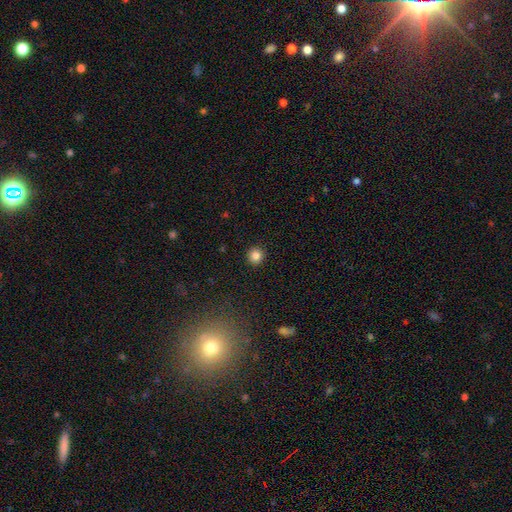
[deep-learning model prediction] Q: Smooth or featured?
A: smooth (86%); runner-up: star or artifact (11%)
Q: How rounded?
A: round (93%); runner-up: in between (6%)
Q: Merging?
A: none (93%); runner-up: minor disturbance (5%)